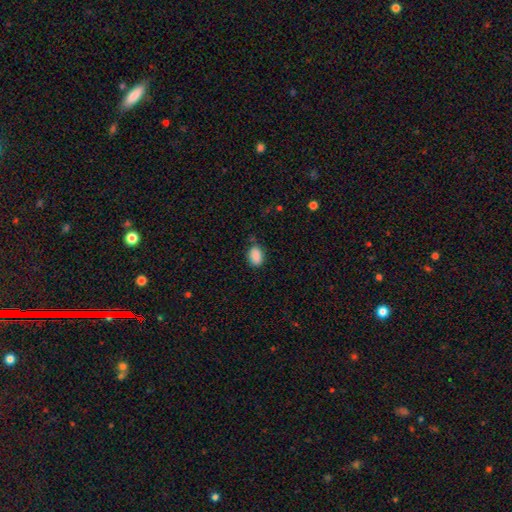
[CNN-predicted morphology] The model was most divided on "merging": none: 75%, minor disturbance: 19%, major disturbance: 4%, merger: 2%. More confident: smooth or featured — smooth (89%); how rounded — in between (83%).